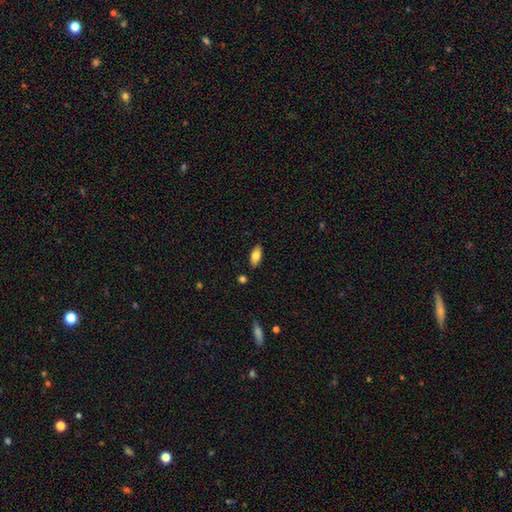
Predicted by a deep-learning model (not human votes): Morphology: type=smooth (79%); roundness=in between (88%); merging=none (86%).